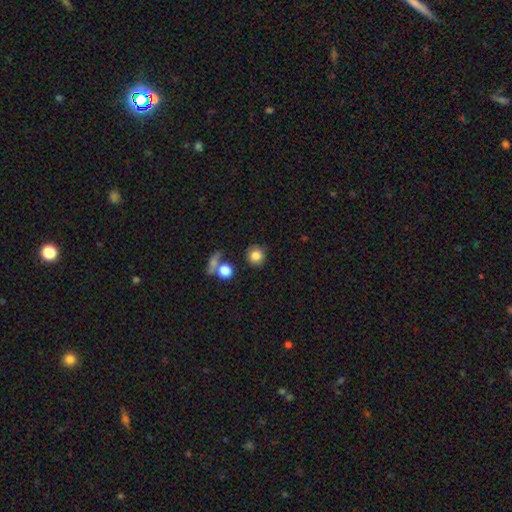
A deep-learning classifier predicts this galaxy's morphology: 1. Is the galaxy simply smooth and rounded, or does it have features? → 83% smooth, 10% star or artifact, 7% featured or disk.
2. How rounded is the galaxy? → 90% round, 8% in between, 1% cigar-shaped.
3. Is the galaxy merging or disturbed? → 82% none, 9% minor disturbance, 5% merger, 3% major disturbance.